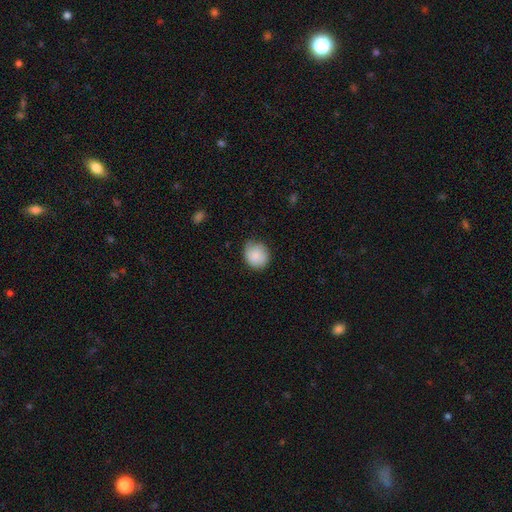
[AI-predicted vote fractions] smooth 83%, featured or disk 10%, star or artifact 7%. Down the decision tree: how rounded — round (81%); merging — none (69%).